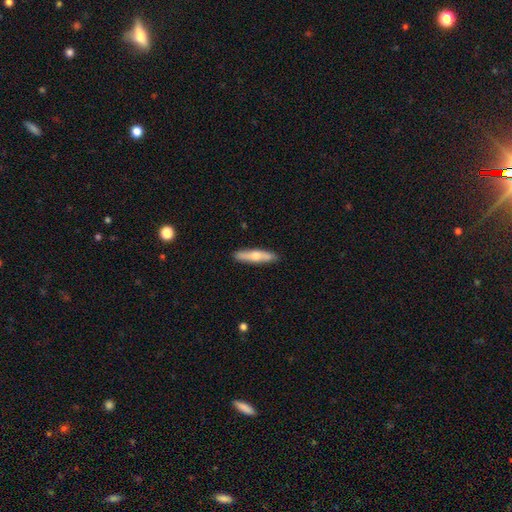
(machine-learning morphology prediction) smooth-or-featured: smooth: 59% | featured or disk: 36% | star or artifact: 5%
  how-rounded: cigar-shaped: 82% | in between: 16% | round: 2%
  merging: none: 88% | minor disturbance: 9% | major disturbance: 2% | merger: 1%